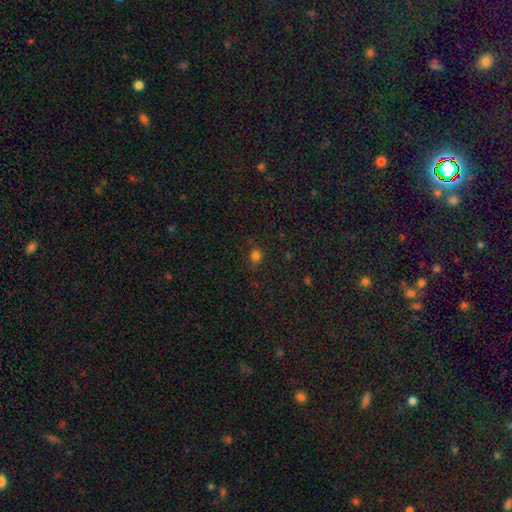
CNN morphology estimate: This is likely a smooth galaxy (78%). How rounded: clearly round (82%). Merging: clearly none (83%).